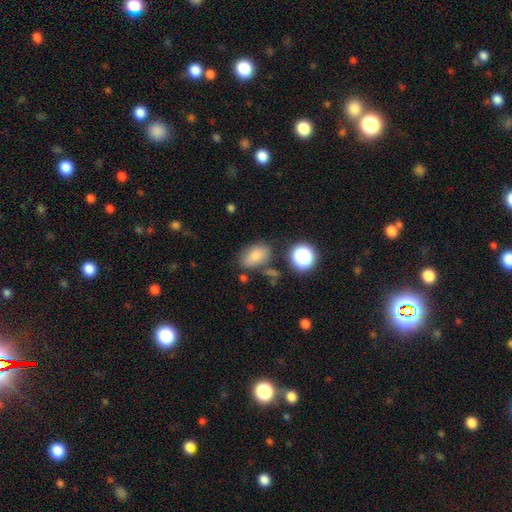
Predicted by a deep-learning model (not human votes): Smooth or featured: smooth — 76% (star or artifact — 12%)
How rounded: in between — 83% (round — 15%)
Merging: none — 67% (minor disturbance — 19%)